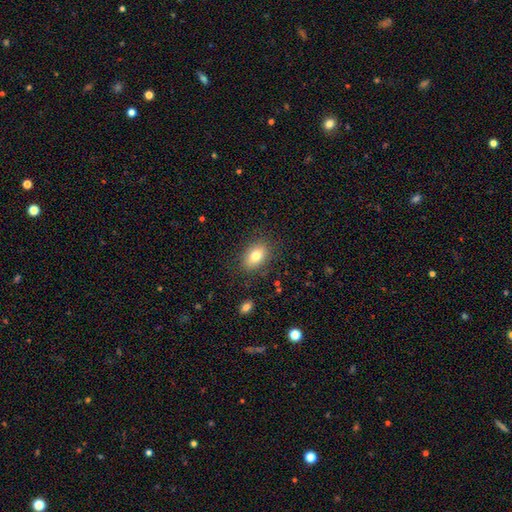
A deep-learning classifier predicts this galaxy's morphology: Q: Smooth or featured?
A: smooth (79%); runner-up: featured or disk (12%)
Q: How rounded?
A: in between (82%); runner-up: round (16%)
Q: Merging?
A: none (84%); runner-up: minor disturbance (11%)